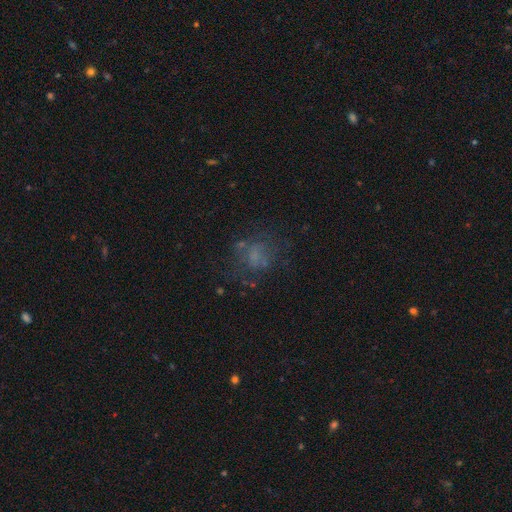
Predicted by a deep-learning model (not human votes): A smooth galaxy with no disk features (44%).

Vote fractions:
- Smooth or featured? smooth: 44% / featured or disk: 34% / star or artifact: 22%
- Merging? none: 55% / major disturbance: 22% / minor disturbance: 18% / merger: 5%